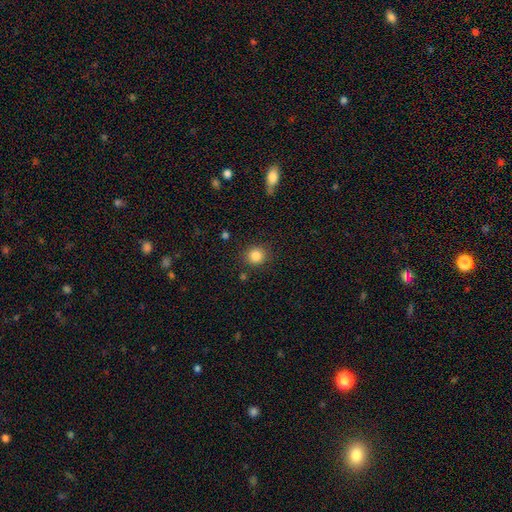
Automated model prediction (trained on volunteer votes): Overall: smooth (84%). How rounded: round (88%). Merging: none (87%).